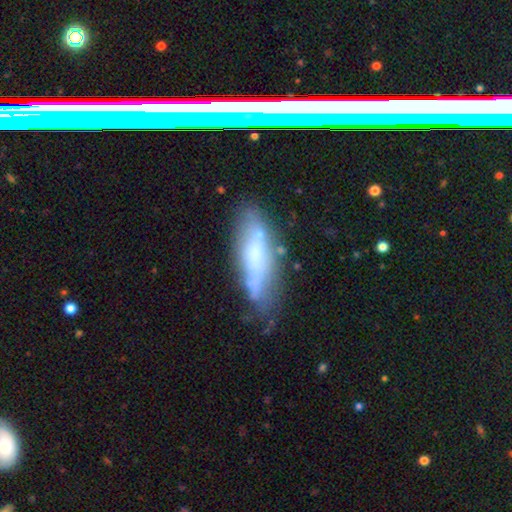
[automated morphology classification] type=smooth (46%); merging=none (57%).